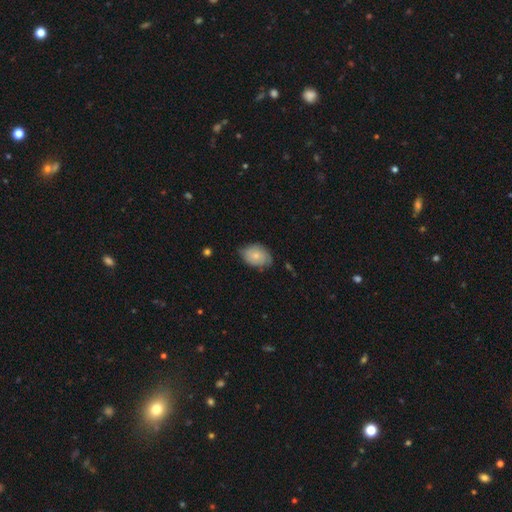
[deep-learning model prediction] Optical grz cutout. It shows a smooth galaxy with no disk features (67%) that is in between round and cigar-shaped (76%). Merging: none (60%).